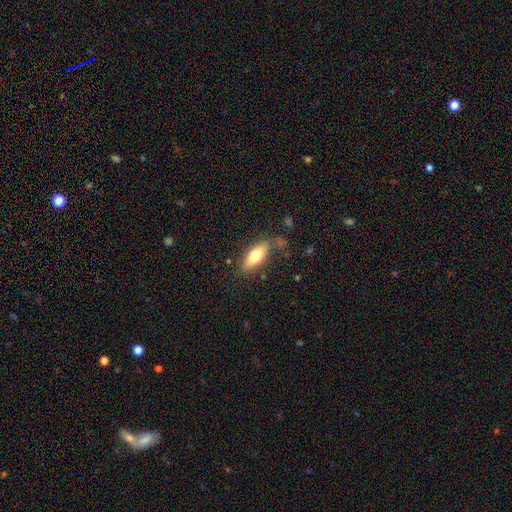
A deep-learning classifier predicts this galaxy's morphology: smooth_or_featured: smooth (p=0.67) [alt: featured or disk p=0.27]
how_rounded: in between (p=0.69) [alt: cigar-shaped p=0.28]
merging: none (p=0.77) [alt: minor disturbance p=0.16]